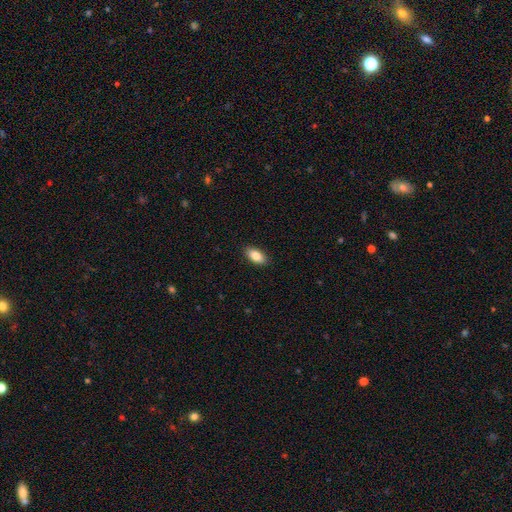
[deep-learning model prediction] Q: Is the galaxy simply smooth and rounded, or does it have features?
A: smooth — 85%.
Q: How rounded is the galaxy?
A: in between — 91%.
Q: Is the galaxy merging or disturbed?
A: none — 89%.